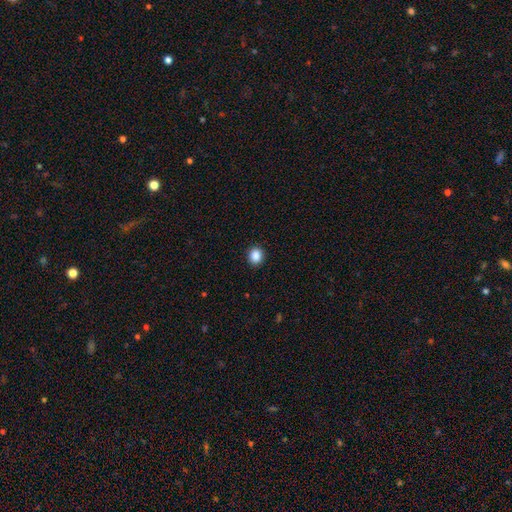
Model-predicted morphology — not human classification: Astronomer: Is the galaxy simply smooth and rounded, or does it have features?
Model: smooth — 88%.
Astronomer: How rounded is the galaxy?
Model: round — 70%.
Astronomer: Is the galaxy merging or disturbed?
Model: none — 91%.